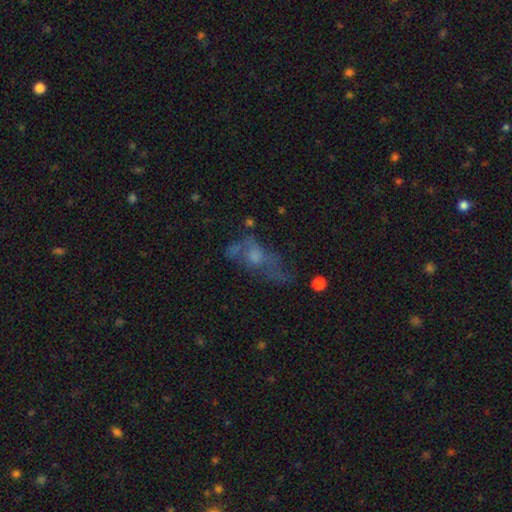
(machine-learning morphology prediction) A featured or disk galaxy (47%).

Vote fractions:
- Smooth or featured? featured or disk: 47% / smooth: 35% / star or artifact: 18%
- Merging? major disturbance: 38% / none: 34% / minor disturbance: 20% / merger: 9%